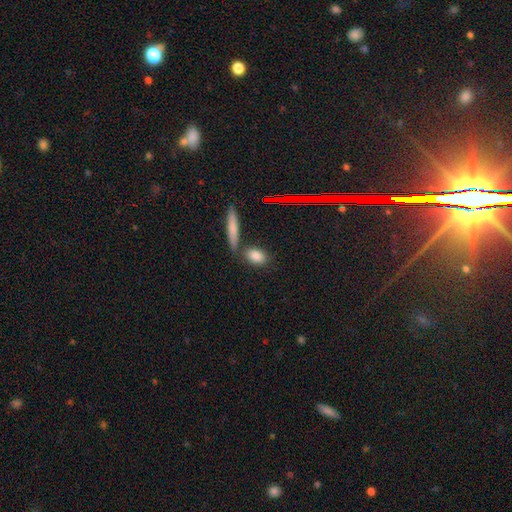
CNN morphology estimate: This appears to be a smooth galaxy with no disk features (81%) that is in between round and cigar-shaped (70%). Merging: none (69%).